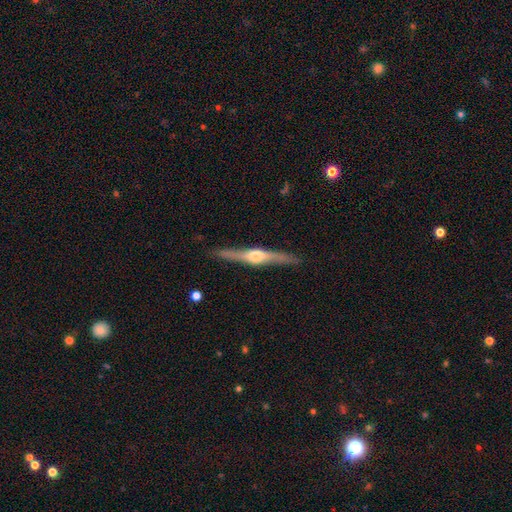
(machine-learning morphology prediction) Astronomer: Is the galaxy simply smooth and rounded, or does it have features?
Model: featured or disk — 79%.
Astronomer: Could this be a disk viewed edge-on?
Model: yes — 97%.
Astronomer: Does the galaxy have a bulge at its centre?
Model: rounded — 91%.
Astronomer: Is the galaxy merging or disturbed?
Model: none — 89%.